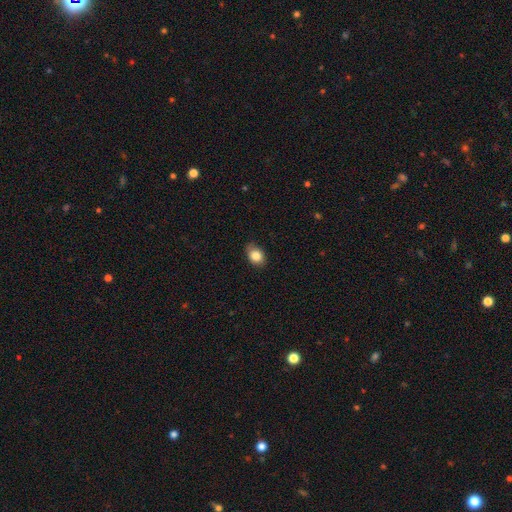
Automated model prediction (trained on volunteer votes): Morphology: type=smooth (84%); roundness=in between (70%); merging=none (75%).